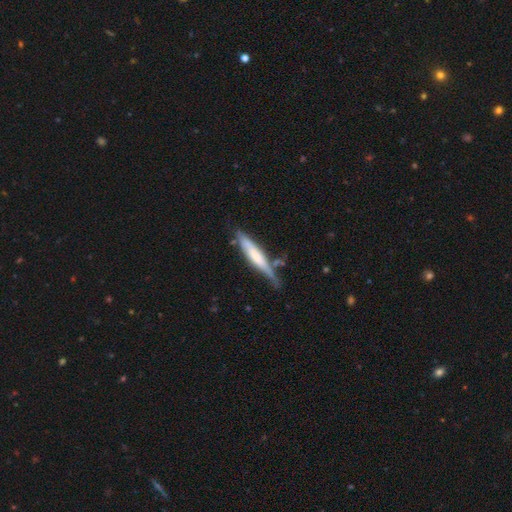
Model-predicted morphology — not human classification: A smooth galaxy with no disk features (49%).

Vote fractions:
- Smooth or featured? smooth: 49% / featured or disk: 46% / star or artifact: 6%
- Merging? none: 62% / minor disturbance: 26% / merger: 6% / major disturbance: 6%